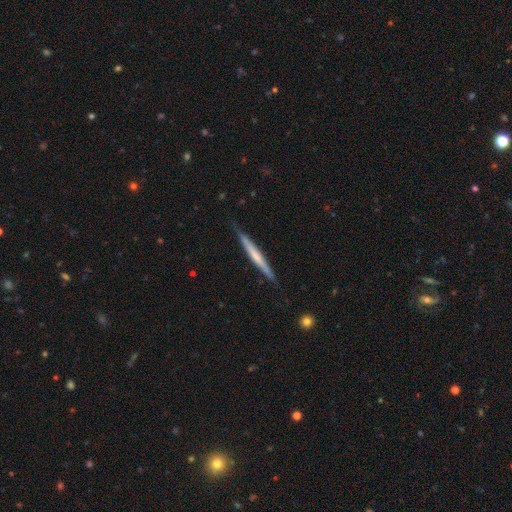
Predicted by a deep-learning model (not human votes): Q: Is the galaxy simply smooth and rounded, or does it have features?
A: featured or disk — 53%.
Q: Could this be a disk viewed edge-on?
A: yes — 97%.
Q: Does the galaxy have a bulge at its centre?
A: none — 62%.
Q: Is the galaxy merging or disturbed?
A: none — 84%.